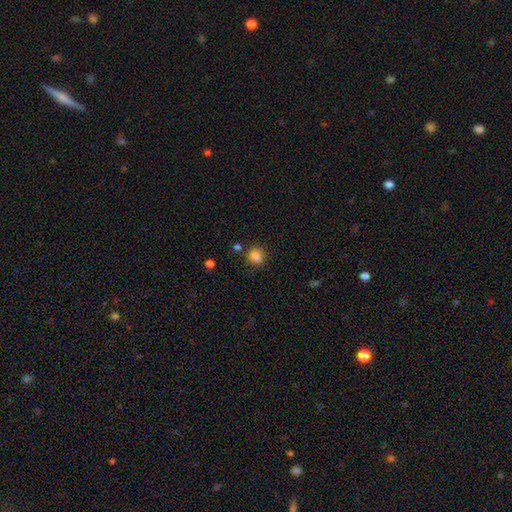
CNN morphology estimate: Smooth or featured? Predicted: smooth (p=0.81). How rounded? Predicted: round (p=0.68). Merging? Predicted: none (p=0.68).